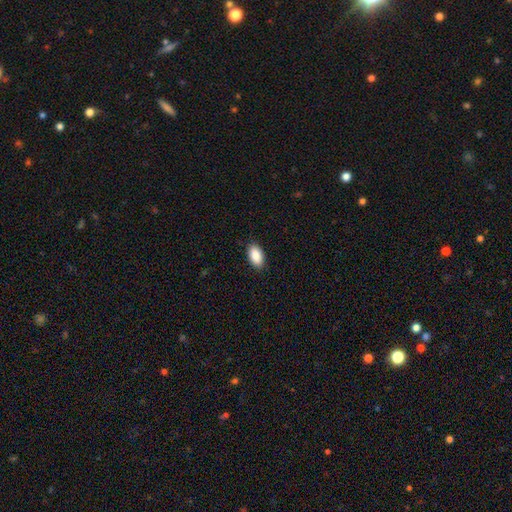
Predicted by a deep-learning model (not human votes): Smooth or featured?
  - smooth: 89% *
  - star or artifact: 7%
  - featured or disk: 4%
How rounded?
  - in between: 95% *
  - round: 3%
  - cigar-shaped: 2%
Merging?
  - none: 89% *
  - minor disturbance: 8%
  - major disturbance: 2%
  - merger: 1%